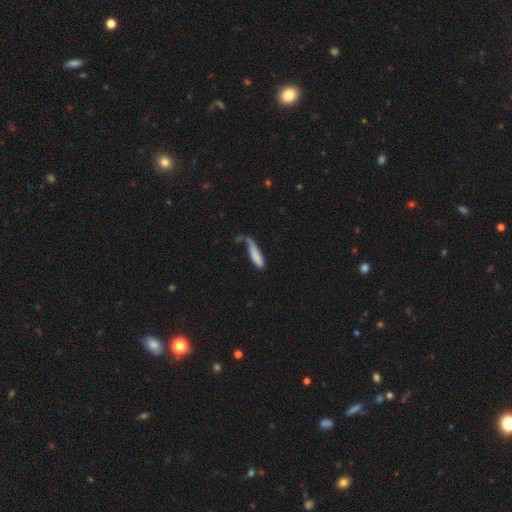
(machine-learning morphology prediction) type=smooth (77%); roundness=cigar-shaped (76%); merging=none (39%).